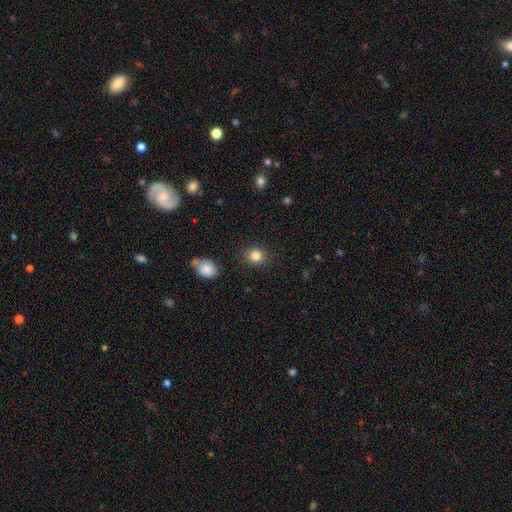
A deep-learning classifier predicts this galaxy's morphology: Smooth or featured? smooth (84%)
How rounded? round (71%)
Merging? none (87%)